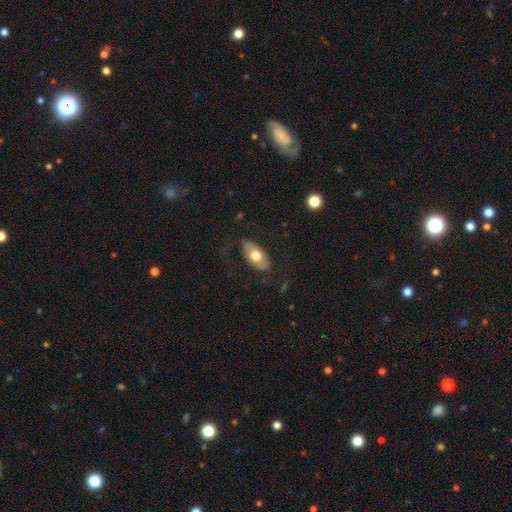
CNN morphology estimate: The model was most divided on "smooth or featured": smooth: 56%, featured or disk: 38%, star or artifact: 6%. More confident: how rounded — in between (91%); merging — none (71%).